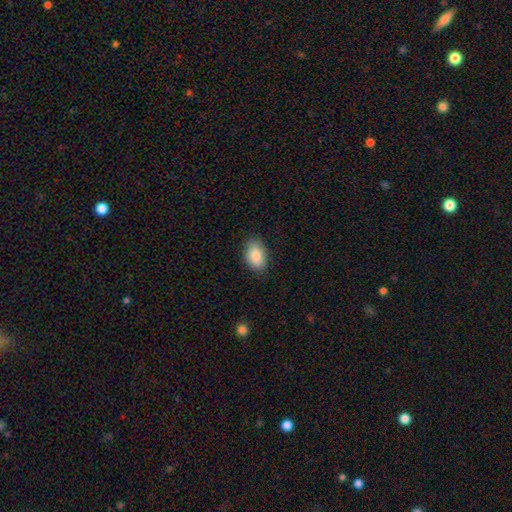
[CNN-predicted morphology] Smooth or featured? Predicted: smooth (p=0.88). How rounded? Predicted: in between (p=0.90). Merging? Predicted: none (p=0.85).